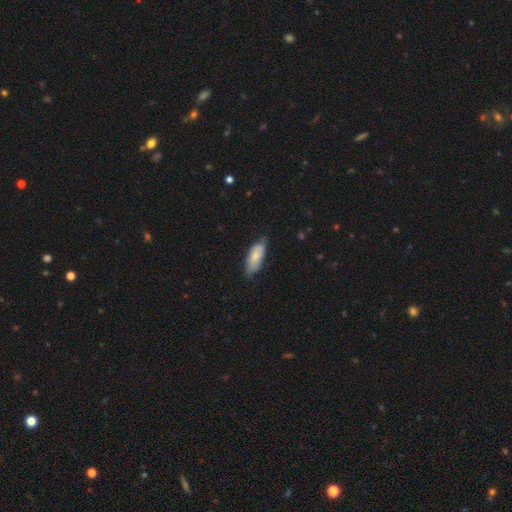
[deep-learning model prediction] Smooth or featured: smooth — 78% (featured or disk — 17%)
How rounded: in between — 78% (cigar-shaped — 20%)
Merging: none — 65% (minor disturbance — 29%)